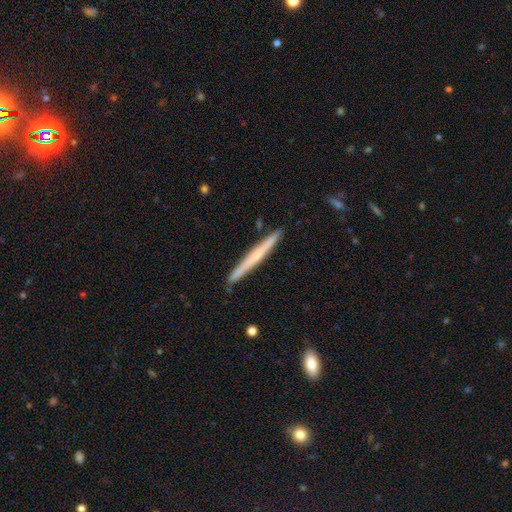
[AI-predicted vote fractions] Morphology: type=featured or disk (49%); merging=none (90%).